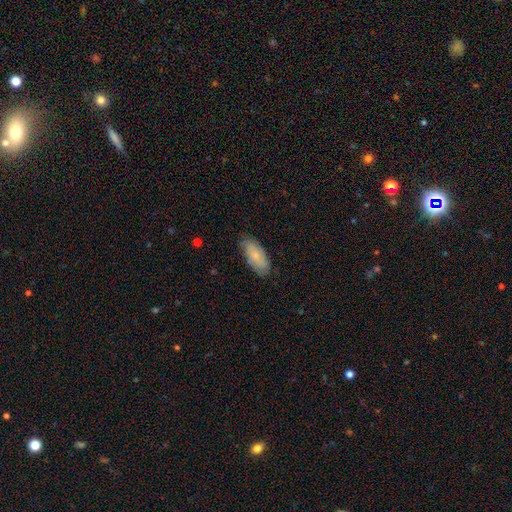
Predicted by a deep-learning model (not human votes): A smooth galaxy with no disk features (70%) that is in between round and cigar-shaped (86%). Merging: none (77%).